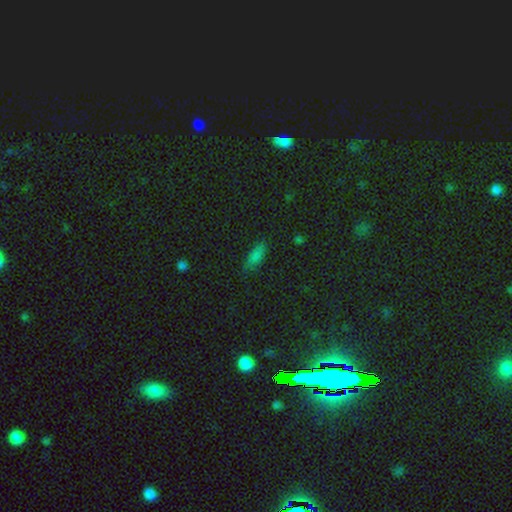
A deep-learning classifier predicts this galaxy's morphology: Q: Smooth or featured?
A: smooth (78%); runner-up: star or artifact (15%)
Q: How rounded?
A: in between (68%); runner-up: cigar-shaped (28%)
Q: Merging?
A: none (80%); runner-up: minor disturbance (15%)